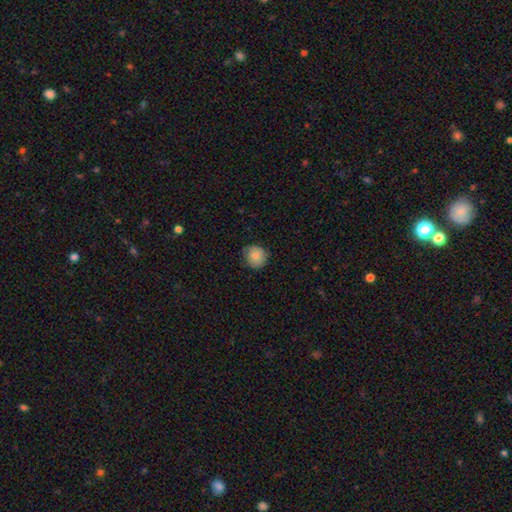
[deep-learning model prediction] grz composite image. It shows a smooth galaxy with no disk features (83%) that is round (90%). Merging: none (79%).